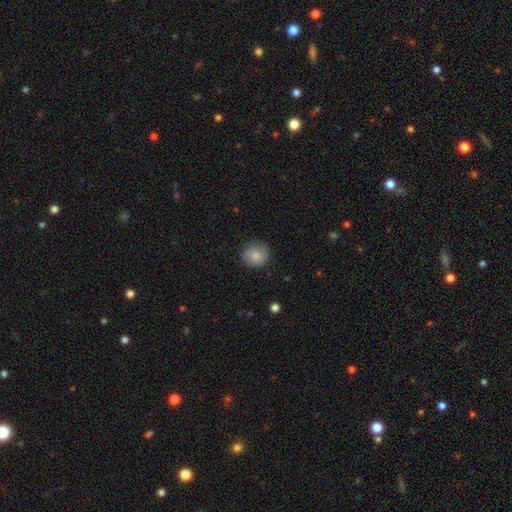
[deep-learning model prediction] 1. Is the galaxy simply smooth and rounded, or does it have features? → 84% smooth, 9% featured or disk, 8% star or artifact.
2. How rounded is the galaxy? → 89% round, 10% in between, 1% cigar-shaped.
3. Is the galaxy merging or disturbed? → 85% none, 12% minor disturbance, 3% major disturbance, 1% merger.